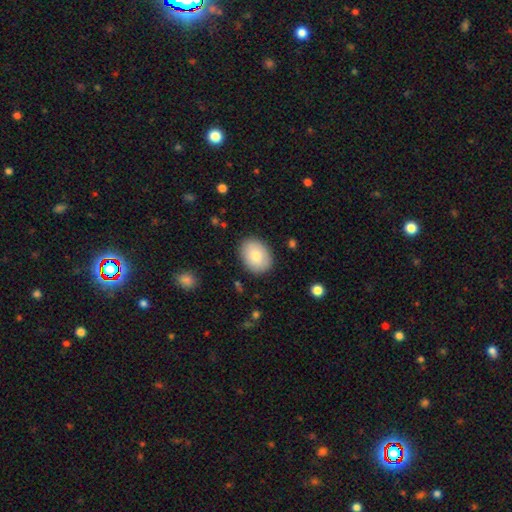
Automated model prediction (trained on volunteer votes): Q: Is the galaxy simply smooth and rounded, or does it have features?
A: smooth — 79%.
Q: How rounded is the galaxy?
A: in between — 69%.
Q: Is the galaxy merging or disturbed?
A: none — 87%.